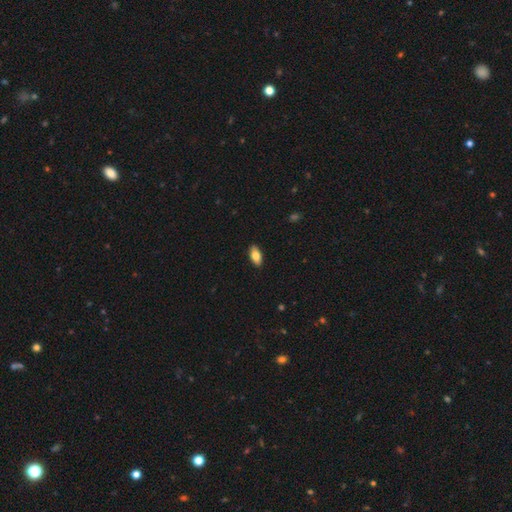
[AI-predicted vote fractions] Smooth or featured: smooth — 80% (featured or disk — 14%)
How rounded: in between — 90% (cigar-shaped — 8%)
Merging: none — 90% (minor disturbance — 7%)